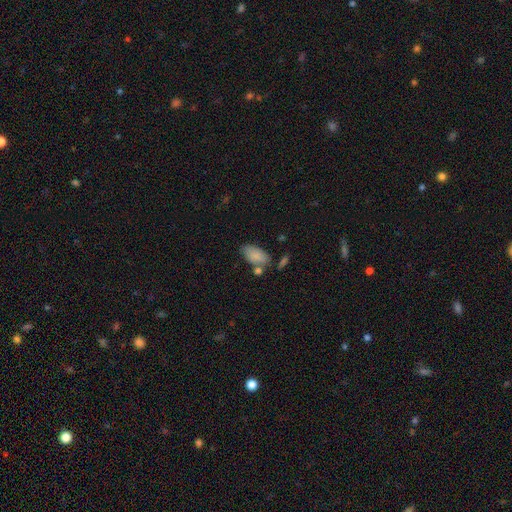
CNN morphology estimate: smooth_or_featured: smooth (p=0.85) [alt: featured or disk p=0.08]
how_rounded: in between (p=0.93) [alt: cigar-shaped p=0.03]
merging: none (p=0.58) [alt: minor disturbance p=0.20]